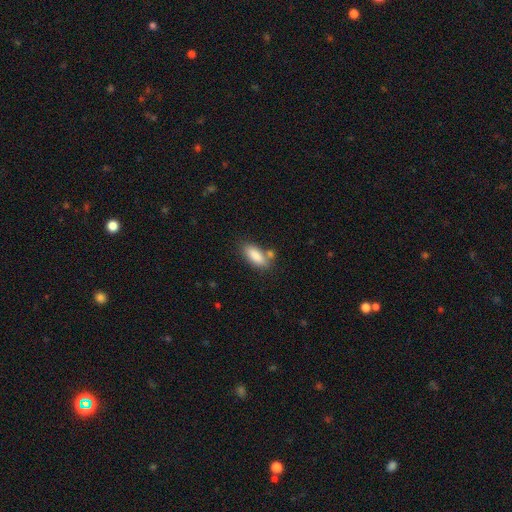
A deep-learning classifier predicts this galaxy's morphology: Q: Smooth or featured?
A: smooth (86%); runner-up: featured or disk (7%)
Q: How rounded?
A: in between (82%); runner-up: cigar-shaped (16%)
Q: Merging?
A: none (65%); runner-up: minor disturbance (16%)